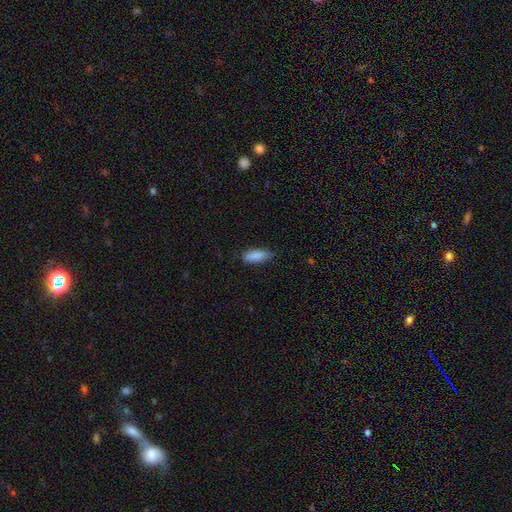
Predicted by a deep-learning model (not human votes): smooth-or-featured: smooth: 89% | star or artifact: 6% | featured or disk: 5%
  how-rounded: in between: 72% | cigar-shaped: 26% | round: 2%
  merging: none: 78% | minor disturbance: 18% | major disturbance: 3% | merger: 1%